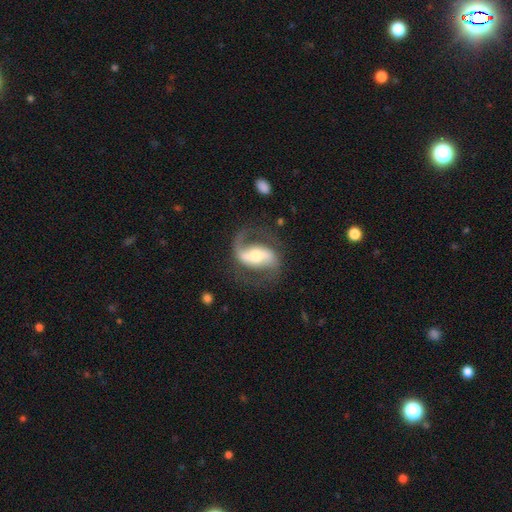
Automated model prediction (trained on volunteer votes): smooth_or_featured: featured or disk (p=0.86) [alt: smooth p=0.09]
disk_edge_on: no (p=0.96) [alt: yes p=0.04]
bar: strong (p=0.51) [alt: weak p=0.31]
has_spiral_arms: yes (p=0.95) [alt: no p=0.05]
spiral_winding: medium (p=0.47) [alt: loose p=0.41]
spiral_arm_count: 2 (p=0.85) [alt: 1 p=0.09]
bulge_size: moderate (p=0.56) [alt: small p=0.26]
merging: none (p=0.70) [alt: minor disturbance p=0.14]